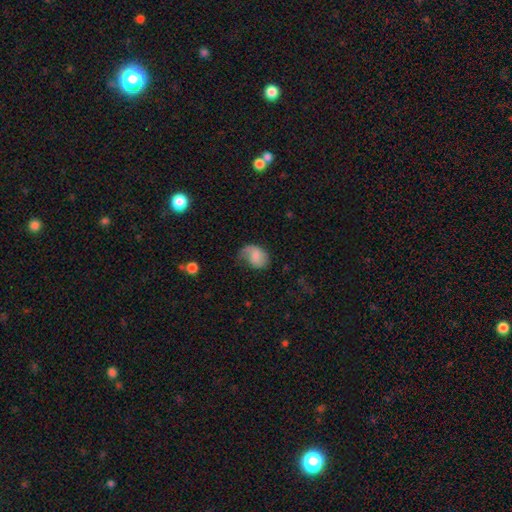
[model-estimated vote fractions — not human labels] smooth 61%, featured or disk 31%, star or artifact 8%. Down the decision tree: how rounded — in between (67%); merging — none (38%).